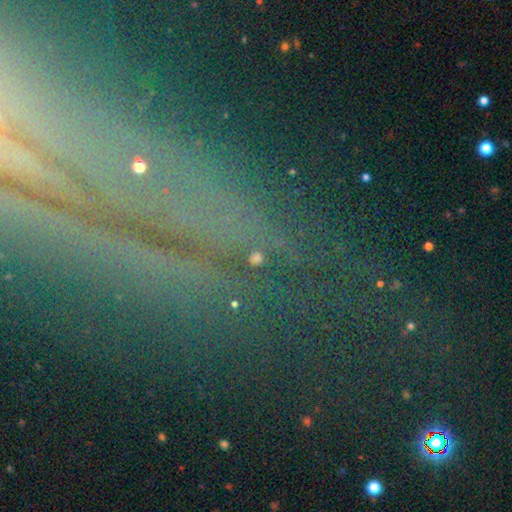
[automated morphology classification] smooth-or-featured: star or artifact: 71% | featured or disk: 15% | smooth: 14%